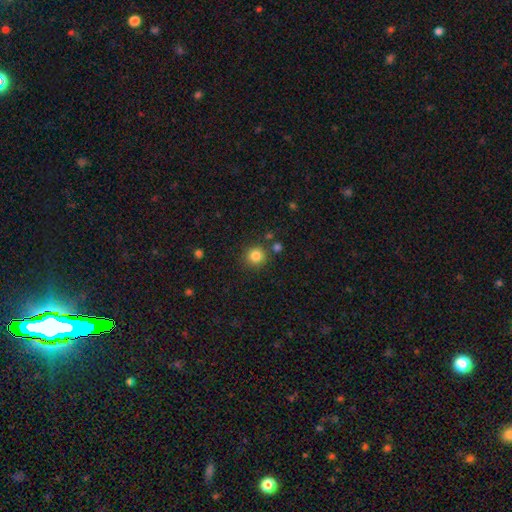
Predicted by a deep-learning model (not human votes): Morphology: type=smooth (84%); roundness=round (93%); merging=none (85%).